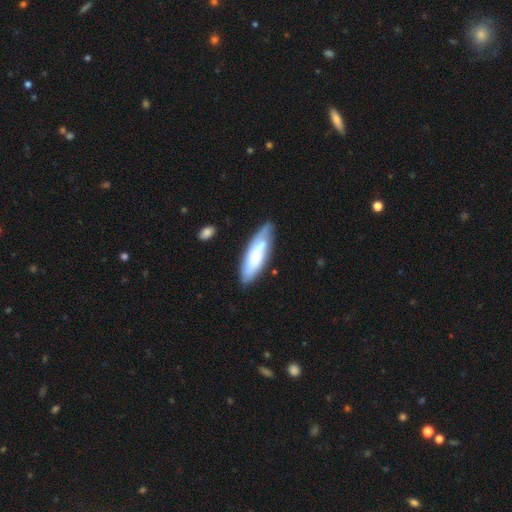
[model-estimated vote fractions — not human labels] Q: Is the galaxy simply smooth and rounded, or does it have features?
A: smooth — 56%.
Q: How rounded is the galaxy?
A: in between — 51%.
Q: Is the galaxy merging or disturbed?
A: none — 68%.